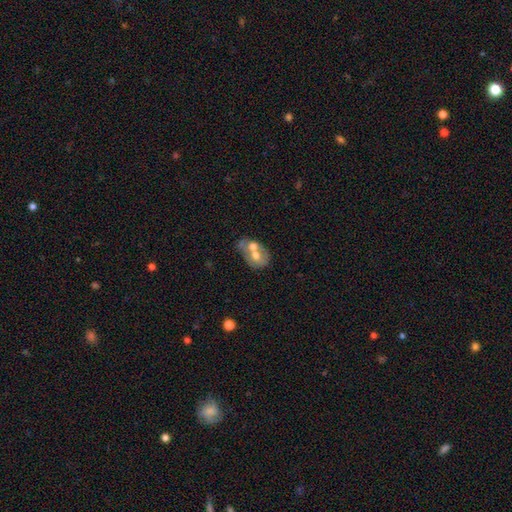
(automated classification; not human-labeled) Smooth or featured? smooth (46%, tied with featured or disk)
Merging? merger (57%)